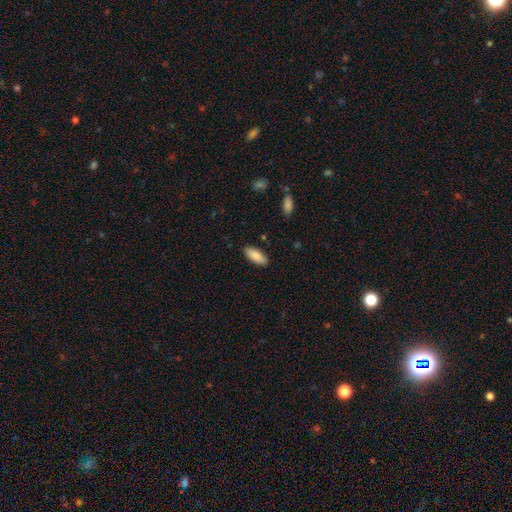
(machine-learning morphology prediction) A smooth galaxy with no disk features (88%) that is in between round and cigar-shaped (80%).

Vote fractions:
- Smooth or featured? smooth: 88% / featured or disk: 6% / star or artifact: 6%
- How rounded? in between: 80% / cigar-shaped: 19% / round: 2%
- Merging? none: 88% / minor disturbance: 9% / major disturbance: 2% / merger: 1%